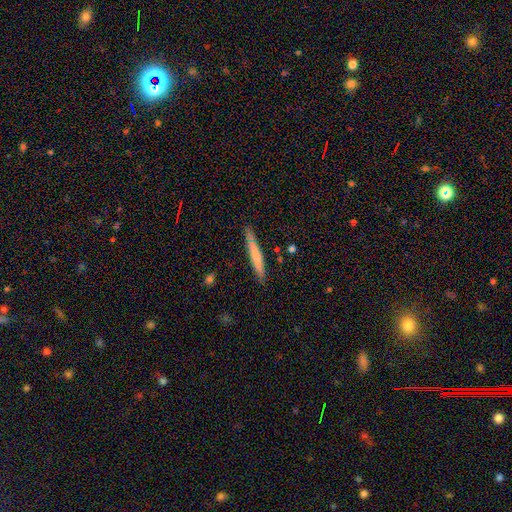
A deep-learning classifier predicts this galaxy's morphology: A smooth galaxy with no disk features (66%) that is cigar-shaped (95%).

Vote fractions:
- Smooth or featured? smooth: 66% / featured or disk: 28% / star or artifact: 6%
- How rounded? cigar-shaped: 95% / in between: 4% / round: 1%
- Merging? none: 84% / minor disturbance: 12% / major disturbance: 2% / merger: 2%